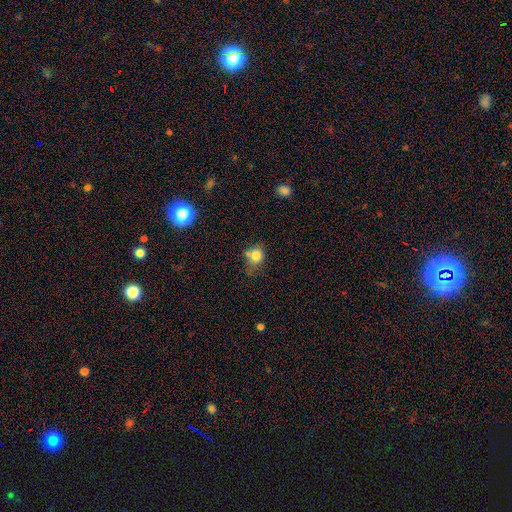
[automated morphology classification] Smooth or featured? Predicted: smooth (p=0.78). How rounded? Predicted: round (p=0.61). Merging? Predicted: none (p=0.51).